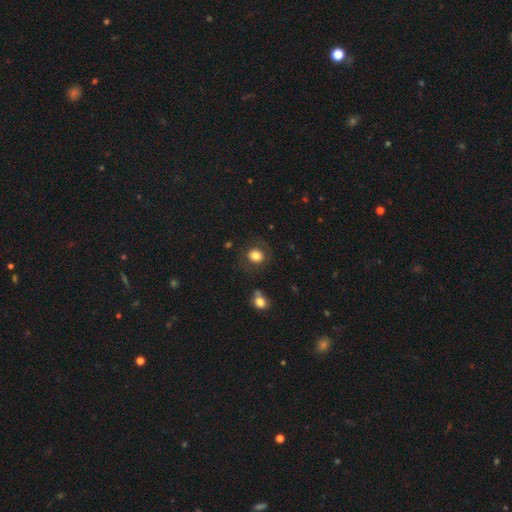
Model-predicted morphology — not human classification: This appears to be a smooth galaxy with no disk features (78%) that is round (74%). Merging: none (78%).